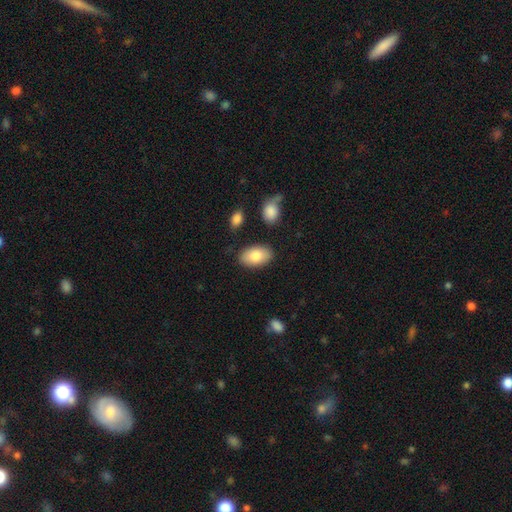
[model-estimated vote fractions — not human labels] The model was most divided on "smooth or featured": smooth: 81%, featured or disk: 13%, star or artifact: 6%. More confident: how rounded — in between (93%); merging — none (83%).